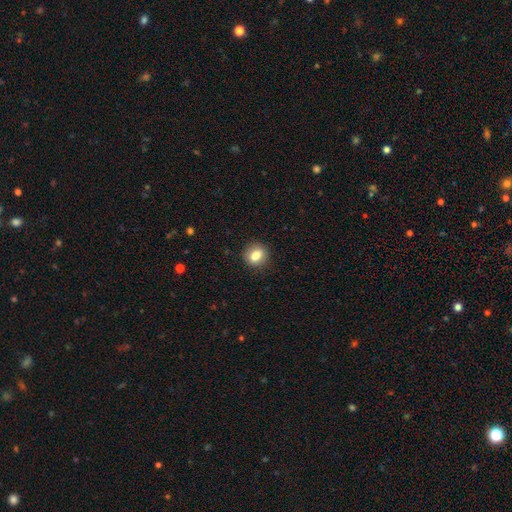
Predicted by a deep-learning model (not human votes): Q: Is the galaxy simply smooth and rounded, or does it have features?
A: smooth — 80%.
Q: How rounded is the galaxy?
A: round — 67%.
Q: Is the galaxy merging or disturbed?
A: none — 88%.